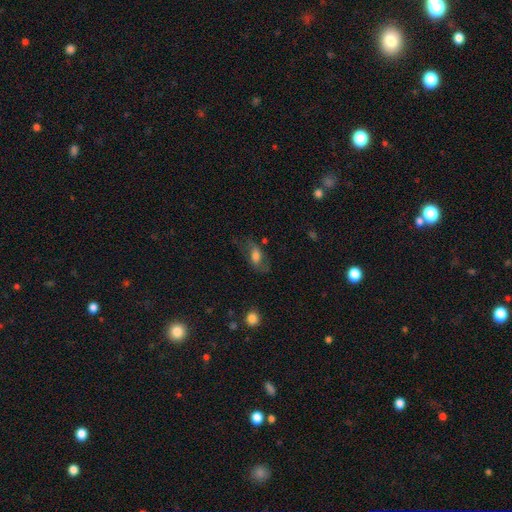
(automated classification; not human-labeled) smooth-or-featured: smooth: 55% | featured or disk: 35% | star or artifact: 10%
  how-rounded: in between: 83% | round: 9% | cigar-shaped: 8%
  merging: none: 57% | minor disturbance: 22% | major disturbance: 18% | merger: 2%